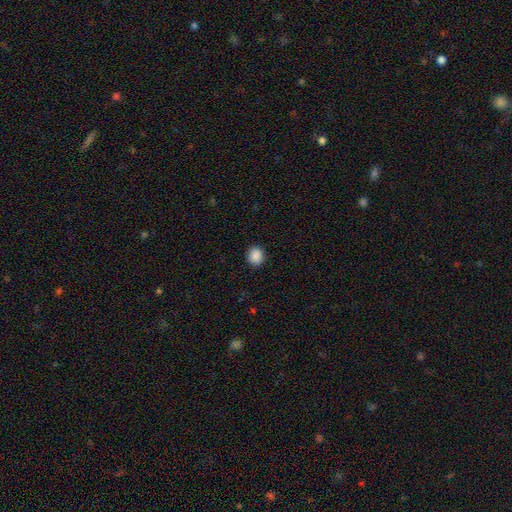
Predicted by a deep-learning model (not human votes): Smooth or featured? smooth (89%)
How rounded? round (68%)
Merging? none (90%)